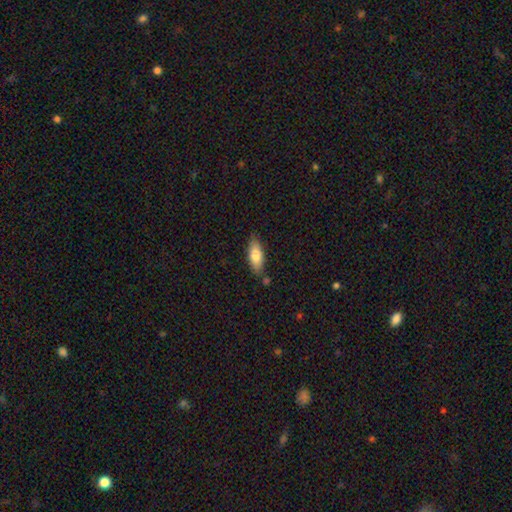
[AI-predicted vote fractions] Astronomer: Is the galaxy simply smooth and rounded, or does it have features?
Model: smooth — 77%.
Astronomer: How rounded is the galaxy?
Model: in between — 77%.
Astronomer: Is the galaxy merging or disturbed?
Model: none — 76%.